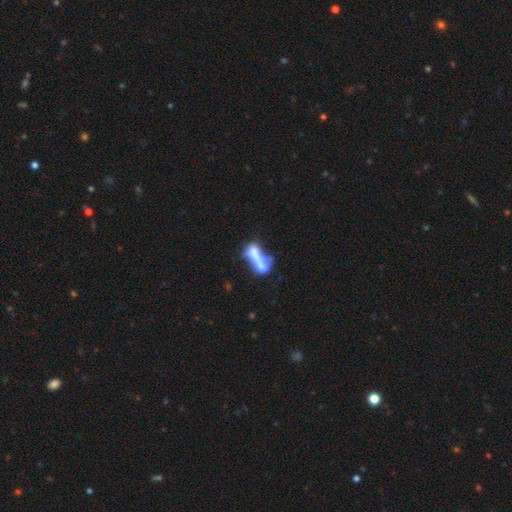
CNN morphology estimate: This is possibly a smooth galaxy (53%). How rounded: likely in between (72%). Merging: likely merger (72%).